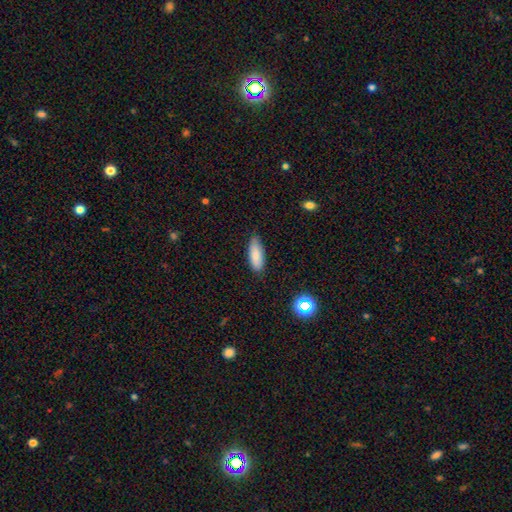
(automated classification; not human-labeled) Smooth or featured?
  - smooth: 83% *
  - featured or disk: 10%
  - star or artifact: 7%
How rounded?
  - in between: 72% *
  - cigar-shaped: 26%
  - round: 2%
Merging?
  - none: 80% *
  - minor disturbance: 16%
  - major disturbance: 2%
  - merger: 1%